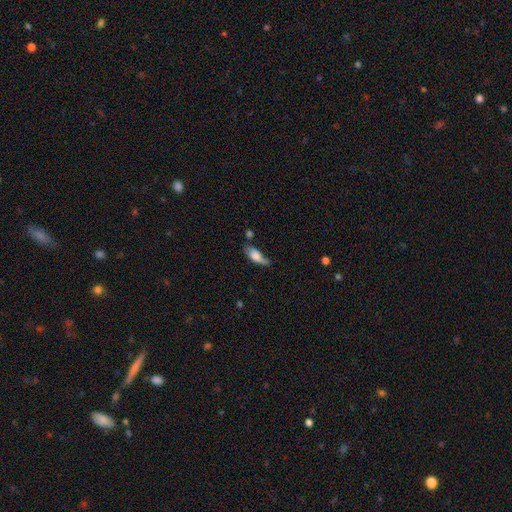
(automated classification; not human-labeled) Morphology: type=smooth (69%); roundness=in between (69%); merging=none (37%).